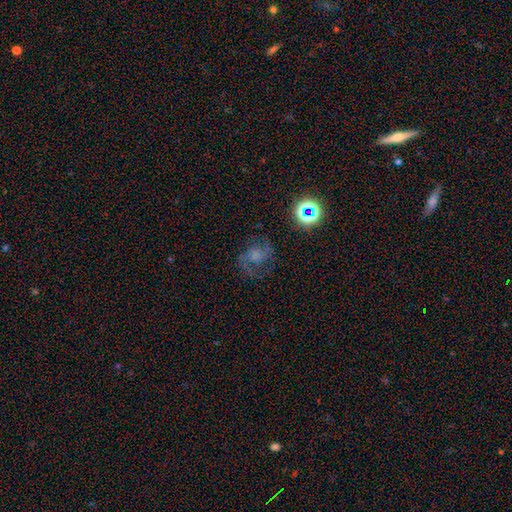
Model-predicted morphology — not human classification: Overall: featured or disk (53%; smooth 28%). Edge-on disk: no (97%). Bar: no (69%). Spiral arms: yes (82%). Bulge size: none (34%; moderate 26%). Merging: none (59%; minor disturbance 19%).